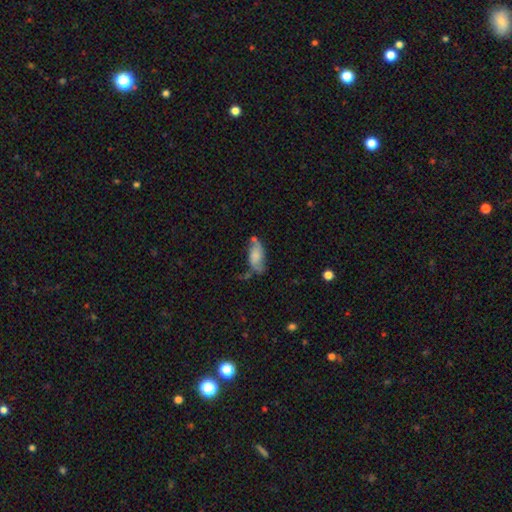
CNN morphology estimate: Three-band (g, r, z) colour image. It shows a smooth galaxy with no disk features (59%) that is in between round and cigar-shaped (85%). Merging: none (45%).